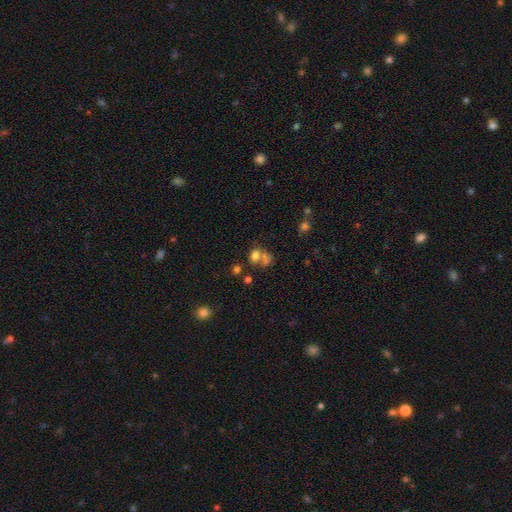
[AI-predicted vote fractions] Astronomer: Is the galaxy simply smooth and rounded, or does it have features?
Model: smooth — 53%.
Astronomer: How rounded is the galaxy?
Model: round — 68%.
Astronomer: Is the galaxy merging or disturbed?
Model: merger — 43% (runner-up: none, 38%).